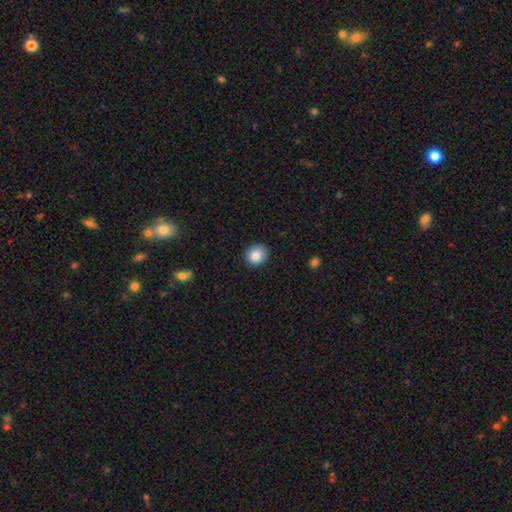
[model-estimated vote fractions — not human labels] smooth_or_featured: smooth (p=0.86) [alt: star or artifact p=0.09]
how_rounded: round (p=0.83) [alt: in between p=0.16]
merging: none (p=0.87) [alt: minor disturbance p=0.10]